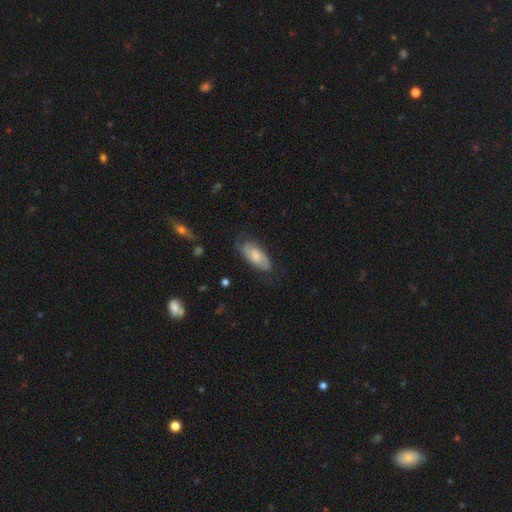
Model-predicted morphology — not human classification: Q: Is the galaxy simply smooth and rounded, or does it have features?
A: featured or disk — 55%.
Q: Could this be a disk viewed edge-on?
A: no — 92%.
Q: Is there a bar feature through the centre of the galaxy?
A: no — 59%.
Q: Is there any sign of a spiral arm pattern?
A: yes — 88%.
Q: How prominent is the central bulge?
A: moderate — 38%.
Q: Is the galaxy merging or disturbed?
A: none — 66%.